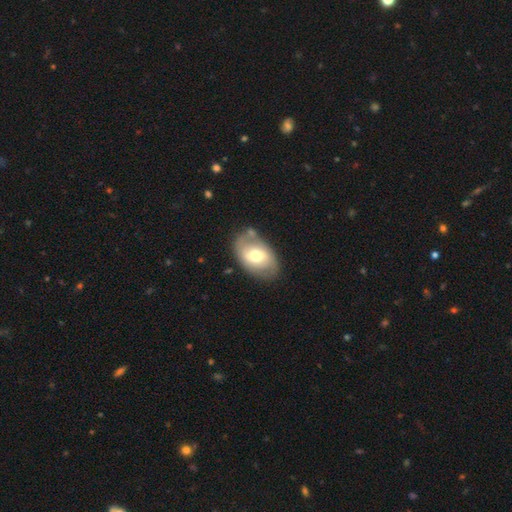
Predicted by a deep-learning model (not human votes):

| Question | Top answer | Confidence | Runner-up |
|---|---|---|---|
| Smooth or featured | smooth | 50% | featured or disk (44%) |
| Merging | none | 67% | minor disturbance (20%) |